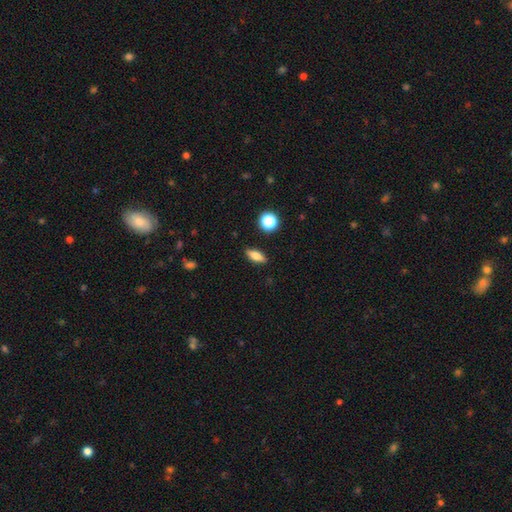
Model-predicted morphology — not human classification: Overall: smooth (72%). How rounded: in between (66%). Merging: none (88%).